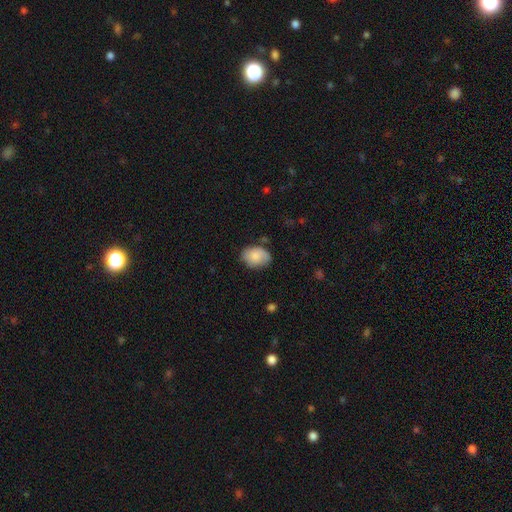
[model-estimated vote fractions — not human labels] Q: Smooth or featured?
A: smooth (79%); runner-up: featured or disk (14%)
Q: How rounded?
A: in between (76%); runner-up: round (23%)
Q: Merging?
A: none (69%); runner-up: minor disturbance (24%)